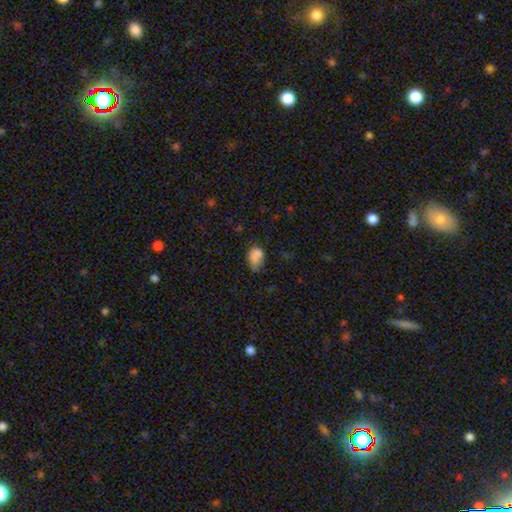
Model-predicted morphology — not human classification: A smooth galaxy with no disk features (78%) that is in between round and cigar-shaped (78%).

Vote fractions:
- Smooth or featured? smooth: 78% / featured or disk: 11% / star or artifact: 11%
- How rounded? in between: 78% / round: 20% / cigar-shaped: 1%
- Merging? none: 39% / minor disturbance: 34% / major disturbance: 14% / merger: 13%